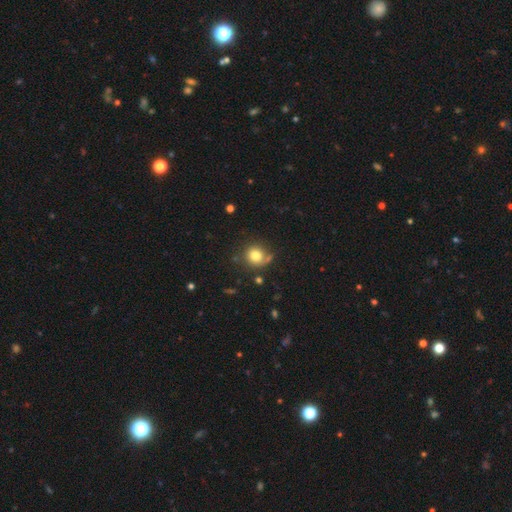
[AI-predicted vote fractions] Overall: smooth (79%). How rounded: round (88%). Merging: none (70%).